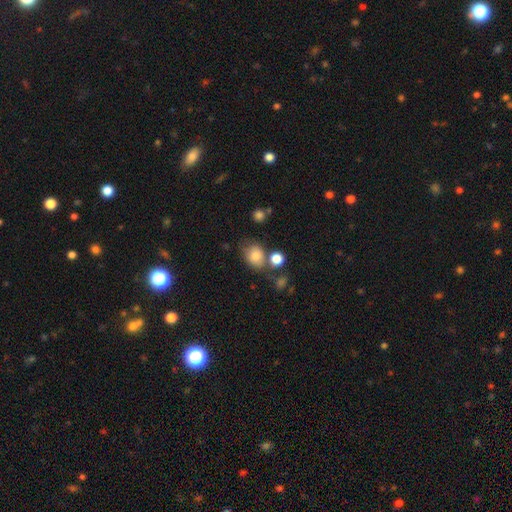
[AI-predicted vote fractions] A smooth galaxy with no disk features (79%) that is round (57%). Merging: none (58%).